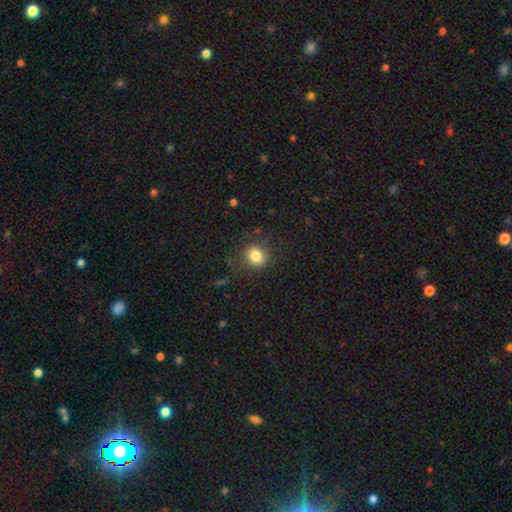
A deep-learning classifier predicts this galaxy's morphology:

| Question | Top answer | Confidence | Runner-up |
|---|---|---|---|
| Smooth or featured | smooth | 82% | star or artifact (11%) |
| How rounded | round | 67% | in between (32%) |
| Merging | none | 81% | minor disturbance (13%) |